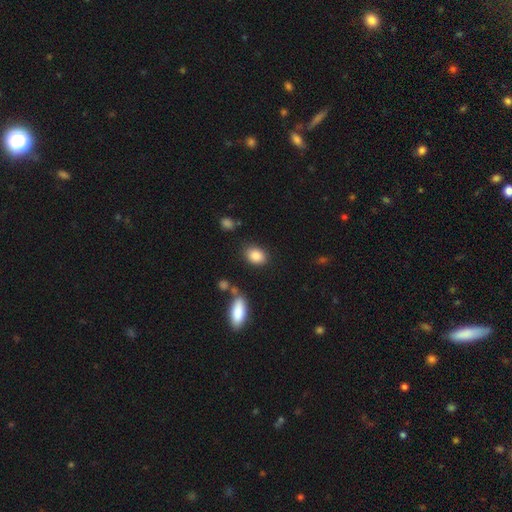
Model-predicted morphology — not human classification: Smooth or featured? Predicted: smooth (p=0.87). How rounded? Predicted: in between (p=0.75). Merging? Predicted: none (p=0.80).